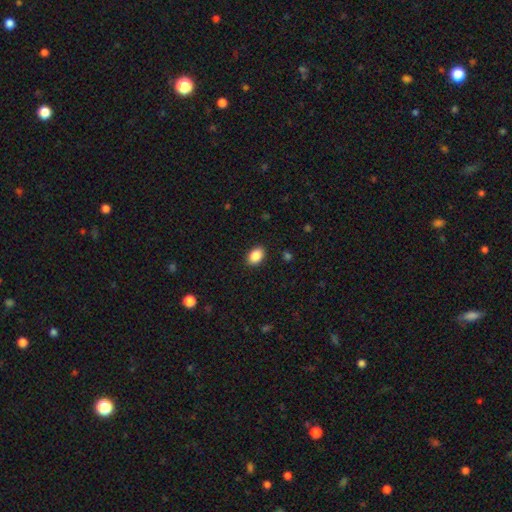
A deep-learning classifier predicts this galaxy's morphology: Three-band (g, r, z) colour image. It shows a smooth galaxy with no disk features (88%) that is in between round and cigar-shaped (82%). Merging: none (90%).